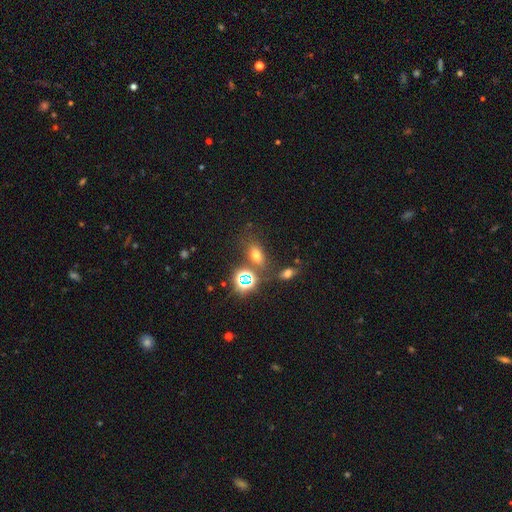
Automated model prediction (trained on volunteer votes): Q: Smooth or featured?
A: smooth (57%); runner-up: star or artifact (31%)
Q: How rounded?
A: in between (72%); runner-up: round (23%)
Q: Merging?
A: none (69%); runner-up: merger (13%)